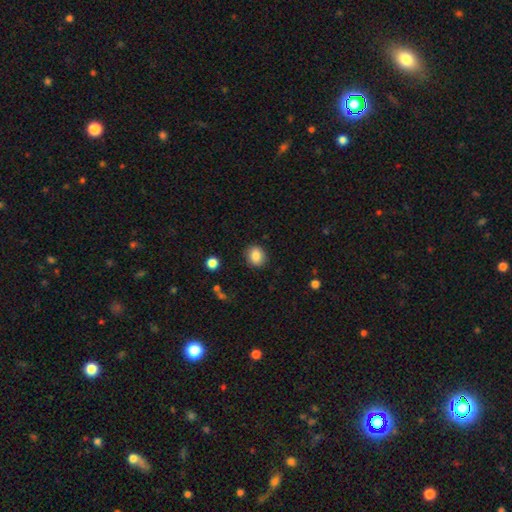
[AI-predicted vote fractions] Smooth or featured? Predicted: smooth (p=0.86). How rounded? Predicted: round (p=0.75). Merging? Predicted: none (p=0.89).